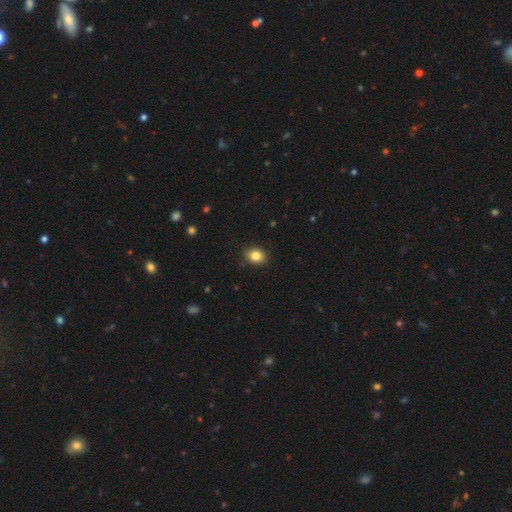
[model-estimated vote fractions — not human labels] A smooth galaxy with no disk features (85%) that is in between round and cigar-shaped (54%). Merging: none (89%).